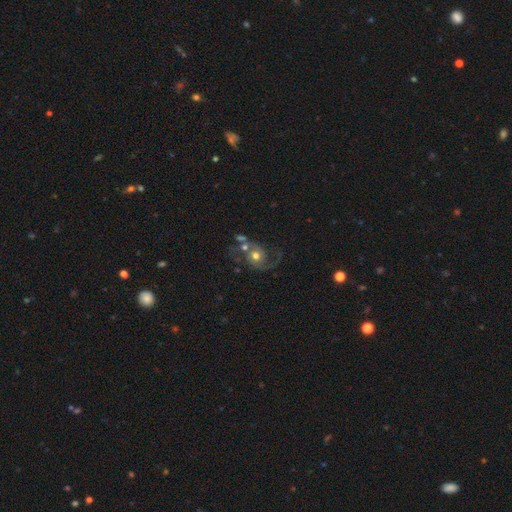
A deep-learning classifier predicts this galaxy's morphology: Smooth or featured?
  - featured or disk: 73% *
  - smooth: 18%
  - star or artifact: 9%
Edge-on disk?
  - no: 97% *
  - yes: 3%
Bar?
  - no: 77% *
  - weak: 18%
  - strong: 4%
Spiral arms?
  - yes: 89% *
  - no: 11%
Spiral winding?
  - loose: 47% *
  - medium: 40%
  - tight: 13%
Spiral arm count?
  - 2: 80% *
  - 1: 13%
  - can't tell: 4%
  - 3: 1%
  - 4: 1%
  - more than 4: 1%
Bulge size?
  - moderate: 71% *
  - small: 14%
  - large: 11%
  - dominant: 2%
  - none: 2%
Merging?
  - none: 46% *
  - major disturbance: 20%
  - merger: 17%
  - minor disturbance: 17%